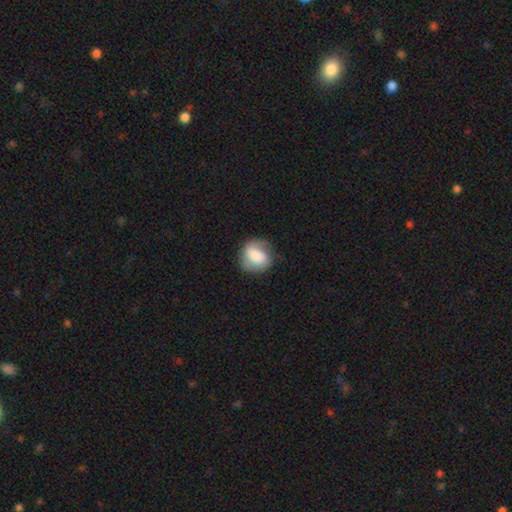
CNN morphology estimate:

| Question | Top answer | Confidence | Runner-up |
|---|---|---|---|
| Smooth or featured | smooth | 63% | featured or disk (29%) |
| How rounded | round | 63% | in between (36%) |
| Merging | none | 60% | minor disturbance (26%) |